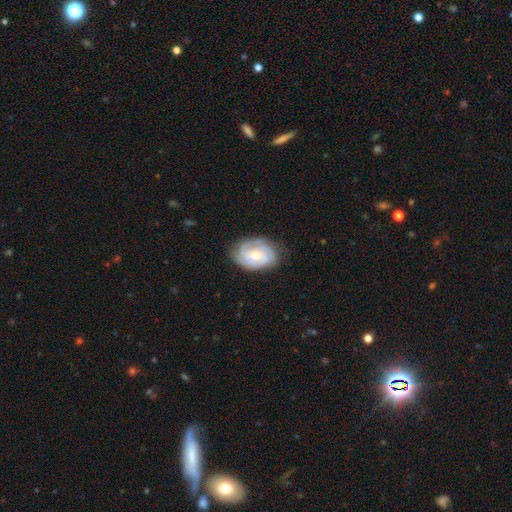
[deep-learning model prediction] Smooth or featured? featured or disk (75%)
Edge-on disk? no (97%)
Bar? no (63%)
Spiral arms? yes (92%)
Spiral winding? tight (61%)
Spiral arm count? can't tell (32%)
Bulge size? small (50%)
Merging? none (74%)